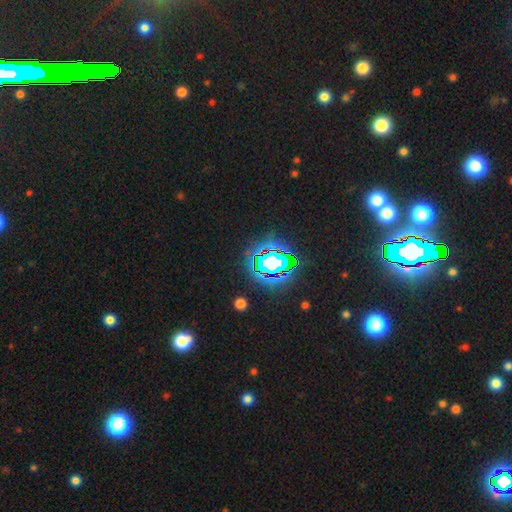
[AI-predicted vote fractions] The model was most divided on "smooth or featured": star or artifact: 83%, smooth: 10%, featured or disk: 7%.